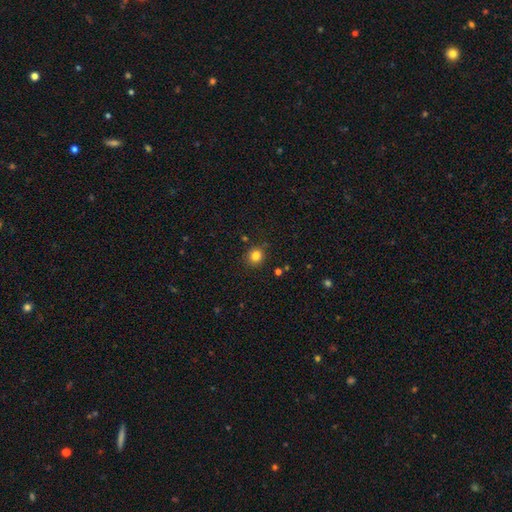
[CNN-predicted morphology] type=smooth (83%); roundness=round (86%); merging=none (85%).